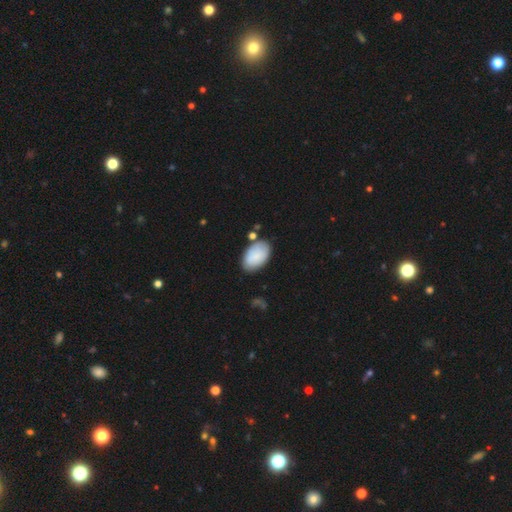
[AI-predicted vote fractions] A smooth galaxy with no disk features (84%) that is in between round and cigar-shaped (94%).

Vote fractions:
- Smooth or featured? smooth: 84% / featured or disk: 10% / star or artifact: 6%
- How rounded? in between: 94% / round: 5% / cigar-shaped: 1%
- Merging? none: 73% / minor disturbance: 17% / merger: 6% / major disturbance: 4%